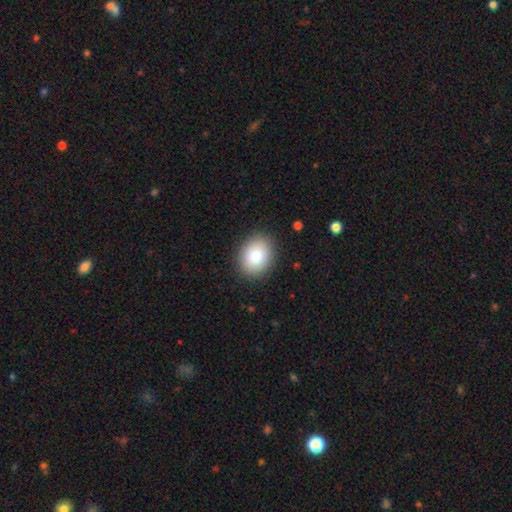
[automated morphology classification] A smooth galaxy with no disk features (82%) that is in between round and cigar-shaped (53%).

Vote fractions:
- Smooth or featured? smooth: 82% / featured or disk: 10% / star or artifact: 9%
- How rounded? in between: 53% / round: 46% / cigar-shaped: 1%
- Merging? none: 89% / minor disturbance: 8% / major disturbance: 2% / merger: 1%